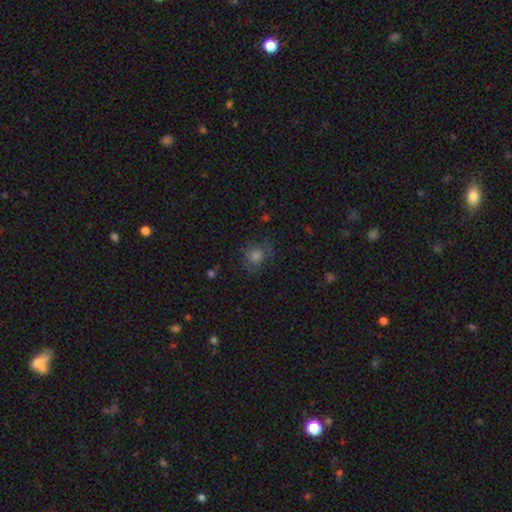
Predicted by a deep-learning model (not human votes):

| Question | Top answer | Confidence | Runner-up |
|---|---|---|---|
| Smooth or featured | smooth | 65% | star or artifact (22%) |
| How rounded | round | 76% | in between (23%) |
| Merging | none | 73% | minor disturbance (17%) |